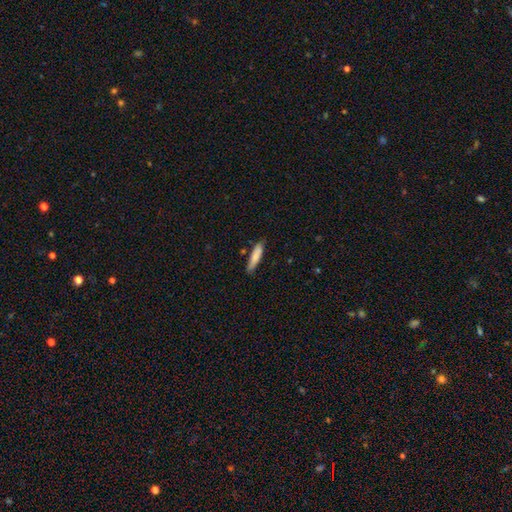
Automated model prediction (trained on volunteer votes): smooth_or_featured: smooth (p=0.81) [alt: featured or disk p=0.13]
how_rounded: cigar-shaped (p=0.80) [alt: in between p=0.18]
merging: none (p=0.78) [alt: minor disturbance p=0.16]